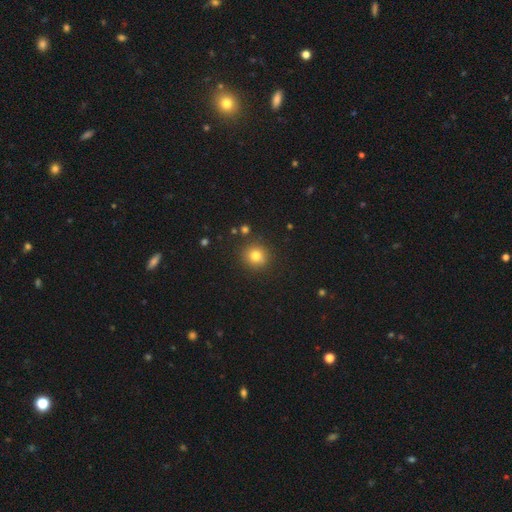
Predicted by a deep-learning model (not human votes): This is likely a smooth galaxy (79%). How rounded: clearly round (88%). Merging: clearly none (86%).